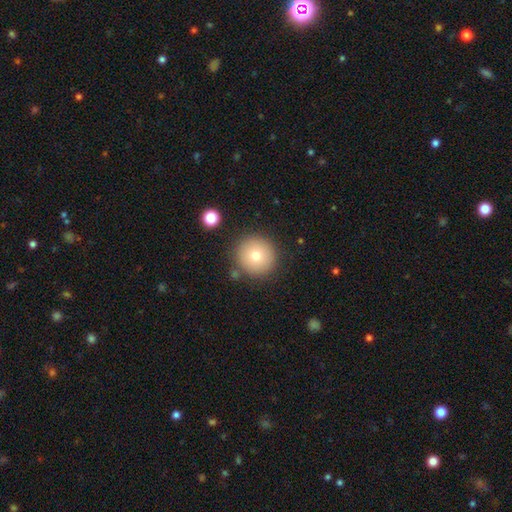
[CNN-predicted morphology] Smooth or featured? Predicted: smooth (p=0.75). How rounded? Predicted: round (p=0.96). Merging? Predicted: none (p=0.86).